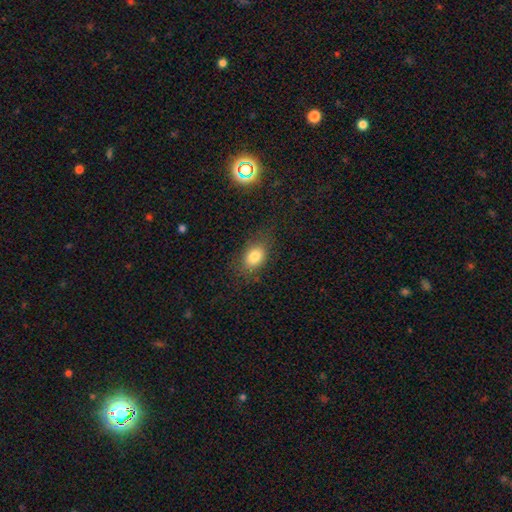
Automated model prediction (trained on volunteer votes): smooth_or_featured: smooth (p=0.81) [alt: star or artifact p=0.10]
how_rounded: in between (p=0.75) [alt: round p=0.23]
merging: none (p=0.75) [alt: minor disturbance p=0.16]